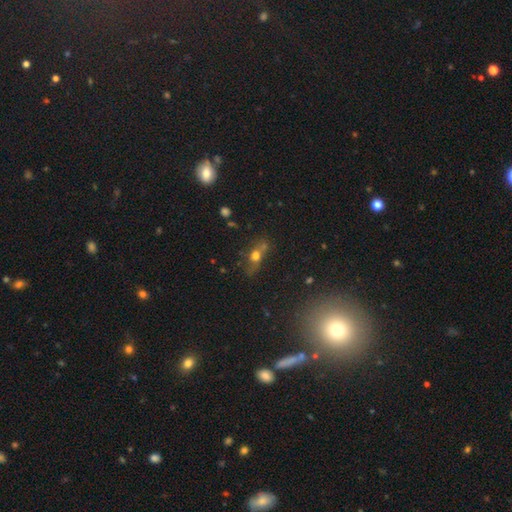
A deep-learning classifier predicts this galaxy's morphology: This appears to be a smooth galaxy with no disk features (58%) that is in between round and cigar-shaped (45%). Merging: none (54%).